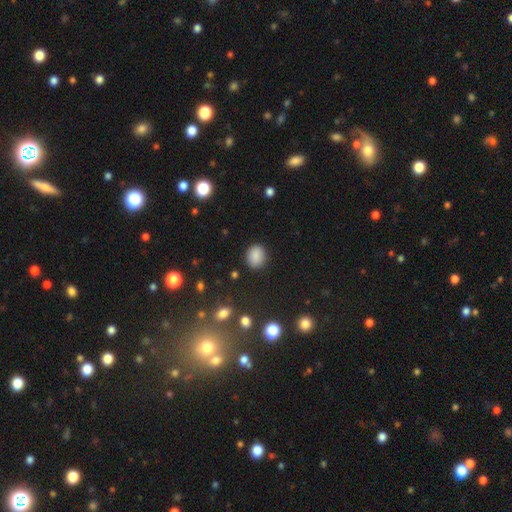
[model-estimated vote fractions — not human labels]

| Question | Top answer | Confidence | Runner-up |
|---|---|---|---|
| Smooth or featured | smooth | 85% | star or artifact (10%) |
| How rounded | round | 61% | in between (38%) |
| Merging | none | 86% | minor disturbance (9%) |